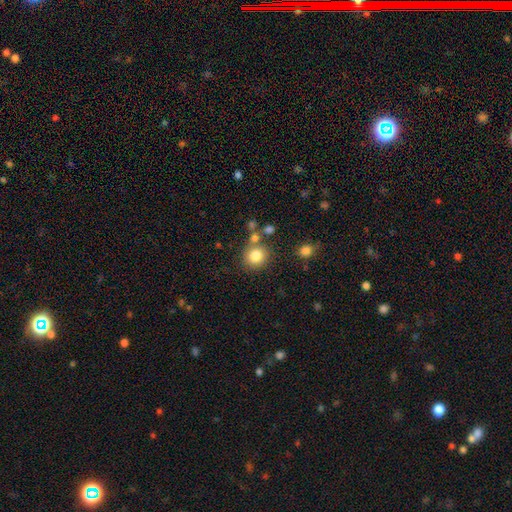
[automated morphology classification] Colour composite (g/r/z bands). It shows a smooth galaxy with no disk features (82%) that is round (86%). Merging: none (75%).